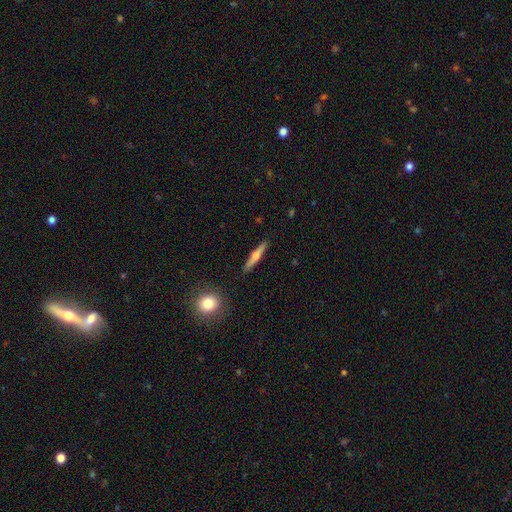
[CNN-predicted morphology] This is possibly a featured or disk galaxy (49%). Merging: clearly none (90%).